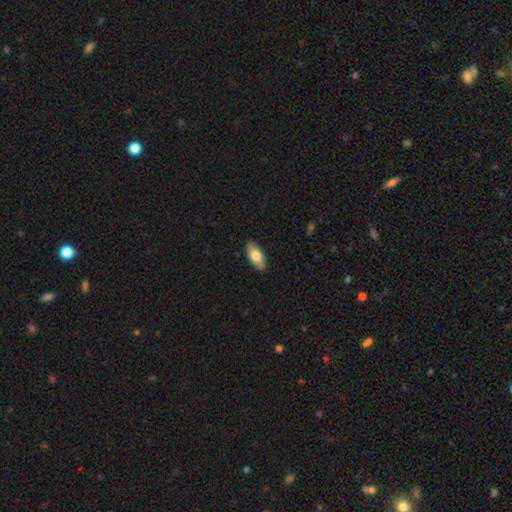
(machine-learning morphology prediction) Smooth or featured: smooth — 76% (featured or disk — 18%)
How rounded: in between — 86% (cigar-shaped — 11%)
Merging: none — 90% (minor disturbance — 8%)